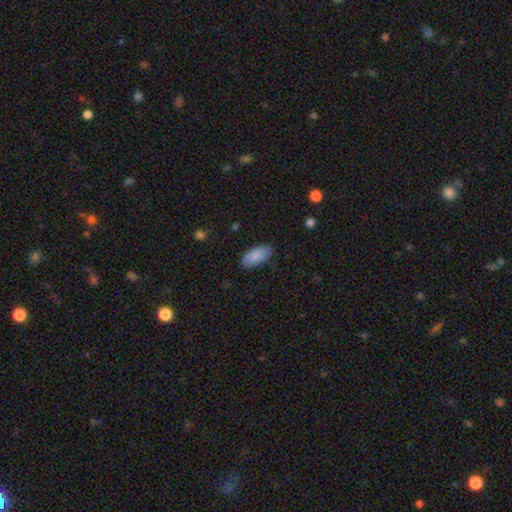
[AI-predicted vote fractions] Morphology: type=smooth (88%); roundness=in between (90%); merging=none (85%).